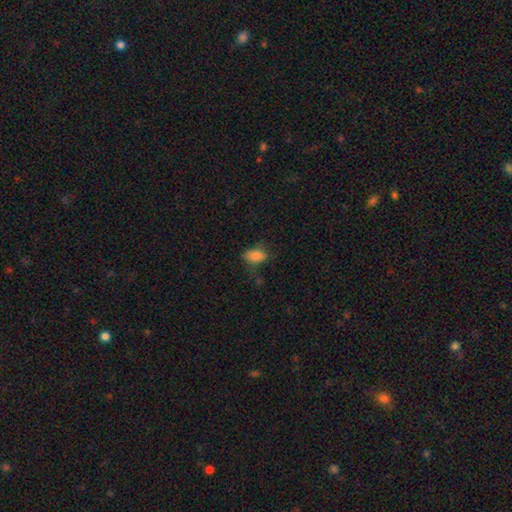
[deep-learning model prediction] A smooth galaxy with no disk features (82%) that is in between round and cigar-shaped (86%). Merging: none (63%).